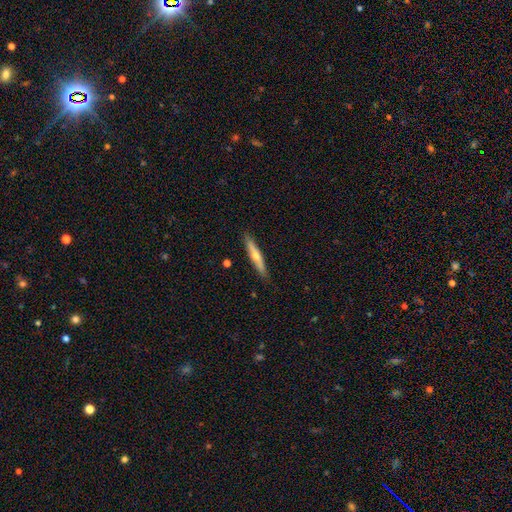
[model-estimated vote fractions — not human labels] Q: Smooth or featured?
A: featured or disk (54%); runner-up: smooth (40%)
Q: Edge-on disk?
A: yes (93%); runner-up: no (7%)
Q: Edge-on bulge?
A: rounded (84%); runner-up: none (13%)
Q: Merging?
A: none (88%); runner-up: minor disturbance (9%)